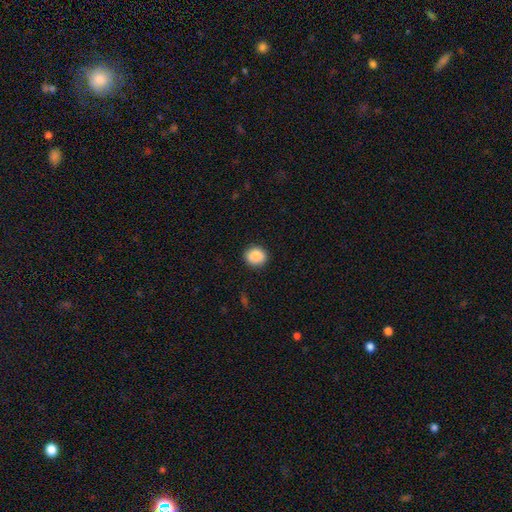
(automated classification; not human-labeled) The model was most divided on "how rounded": round: 77%, in between: 22%, cigar-shaped: 1%. More confident: merging — none (89%); smooth or featured — smooth (89%).